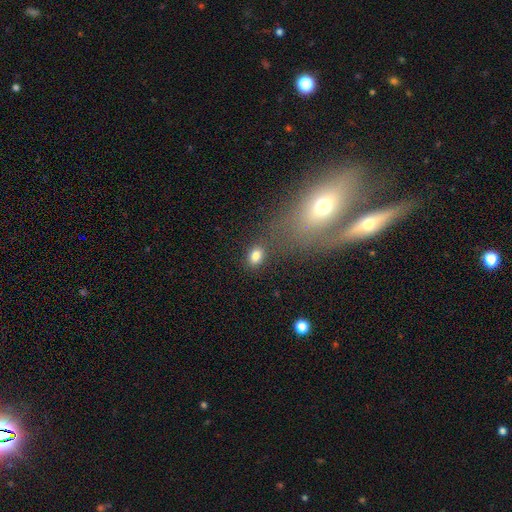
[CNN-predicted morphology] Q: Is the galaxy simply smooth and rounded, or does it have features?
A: smooth — 81%.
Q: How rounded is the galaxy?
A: in between — 70%.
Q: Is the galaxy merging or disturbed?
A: none — 79%.